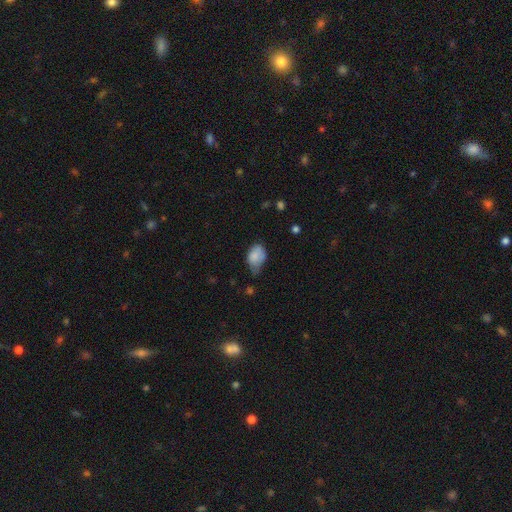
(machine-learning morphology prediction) Smooth or featured? Predicted: smooth (p=0.81). How rounded? Predicted: in between (p=0.85). Merging? Predicted: minor disturbance (p=0.48).